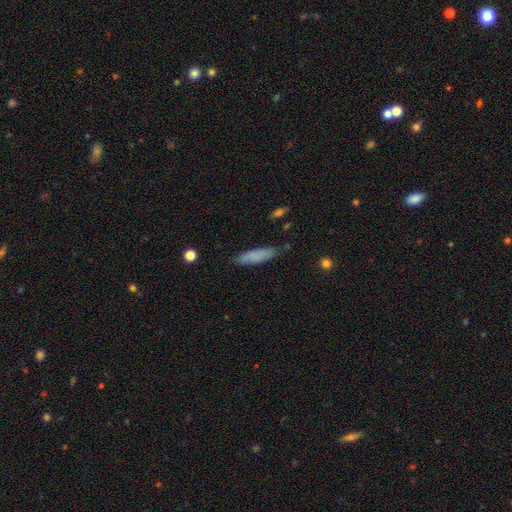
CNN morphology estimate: smooth-or-featured: smooth: 80% | featured or disk: 13% | star or artifact: 7%
  how-rounded: cigar-shaped: 74% | in between: 25% | round: 1%
  merging: none: 82% | minor disturbance: 14% | major disturbance: 2% | merger: 2%